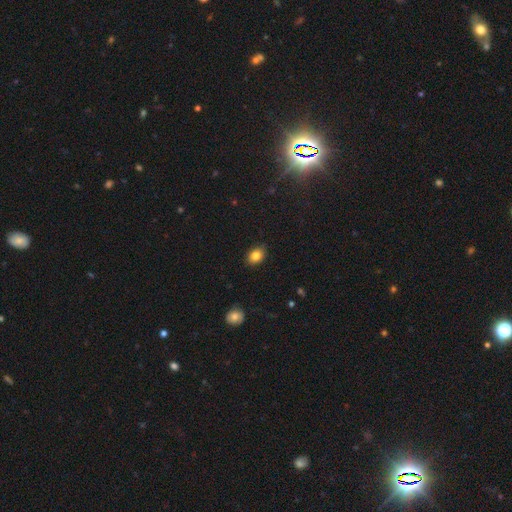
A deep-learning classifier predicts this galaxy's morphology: smooth_or_featured: smooth (p=0.83) [alt: star or artifact p=0.10]
how_rounded: in between (p=0.70) [alt: round p=0.28]
merging: none (p=0.86) [alt: minor disturbance p=0.11]